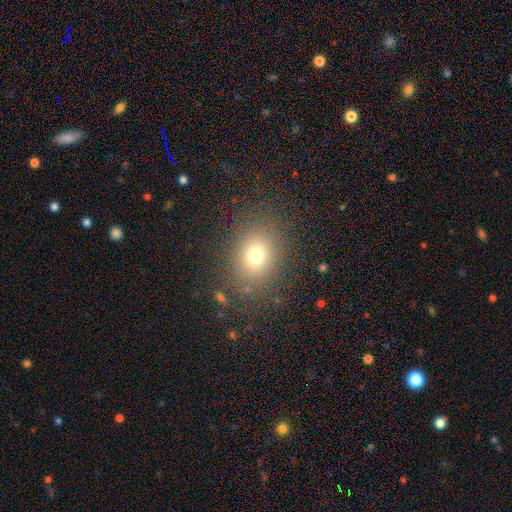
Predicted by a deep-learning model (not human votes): Smooth or featured? Predicted: smooth (p=0.73). How rounded? Predicted: round (p=0.50). Merging? Predicted: none (p=0.84).